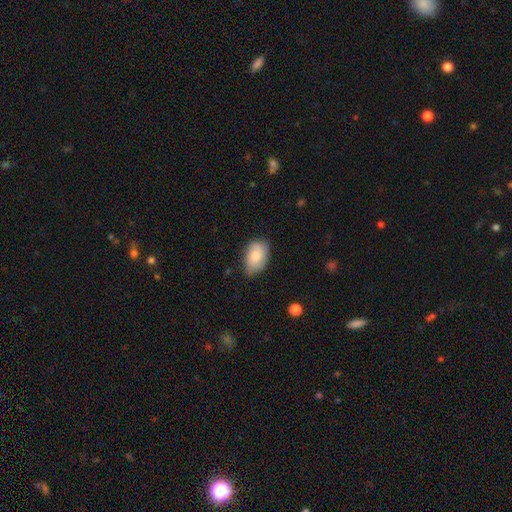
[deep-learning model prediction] The model was most divided on "merging": none: 67%, minor disturbance: 27%, major disturbance: 5%, merger: 2%. More confident: how rounded — in between (91%); smooth or featured — smooth (78%).